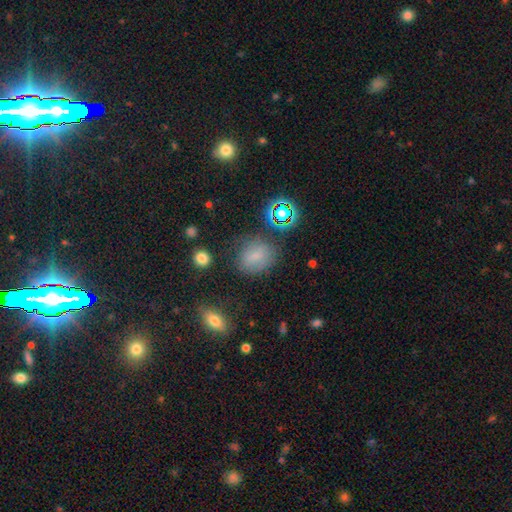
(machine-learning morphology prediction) Smooth or featured? smooth (67%)
How rounded? in between (49%, tied with round)
Merging? none (71%)